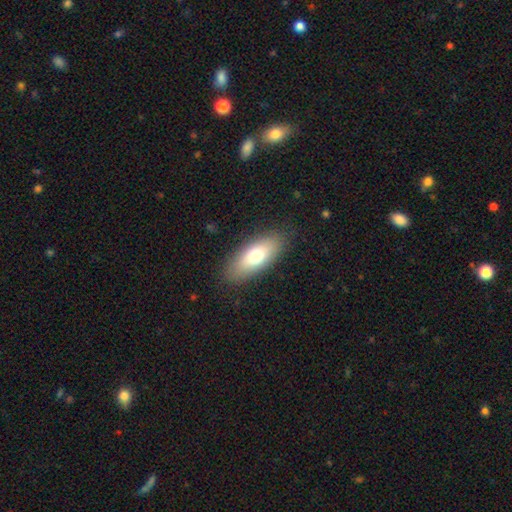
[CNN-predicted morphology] type=smooth (72%); roundness=in between (79%); merging=none (86%).